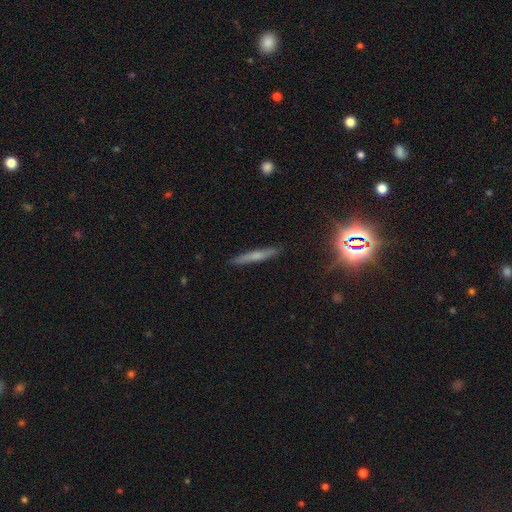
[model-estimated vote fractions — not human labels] Smooth or featured: smooth — 48% (featured or disk — 40%)
Merging: none — 89% (minor disturbance — 8%)